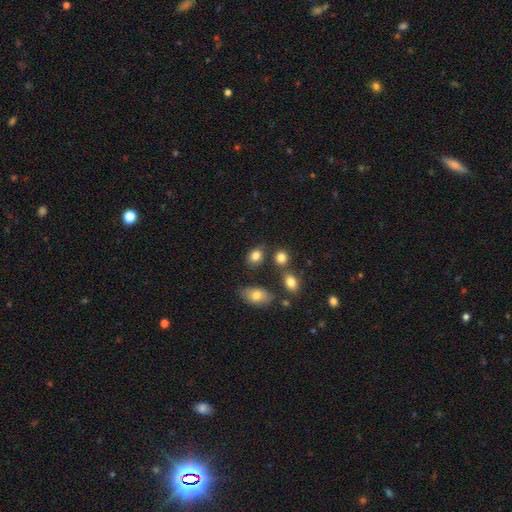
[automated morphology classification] type=smooth (82%); roundness=in between (65%); merging=none (71%).